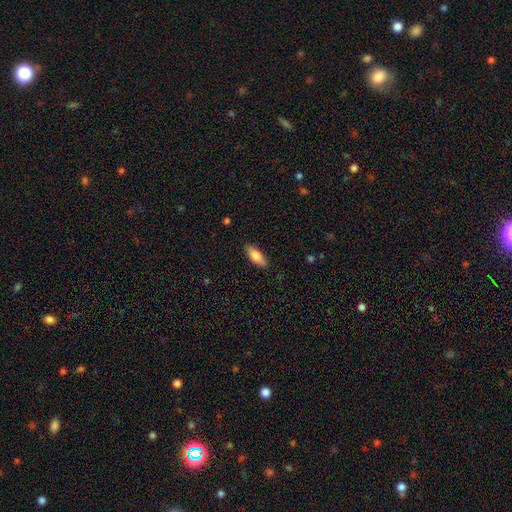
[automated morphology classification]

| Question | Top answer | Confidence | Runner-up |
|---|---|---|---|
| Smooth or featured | smooth | 79% | featured or disk (15%) |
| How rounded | in between | 70% | cigar-shaped (28%) |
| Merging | none | 87% | minor disturbance (10%) |